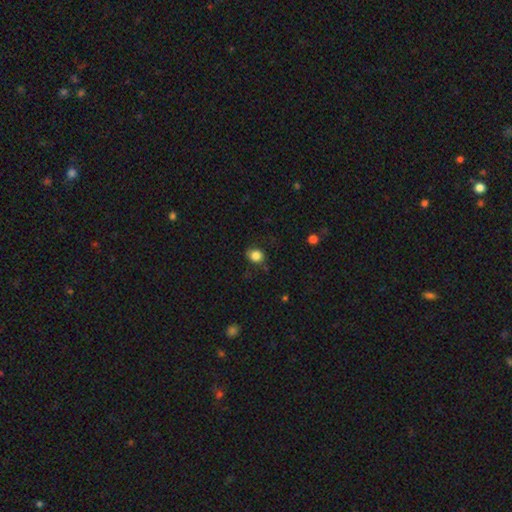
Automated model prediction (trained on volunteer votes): Smooth or featured?
  - smooth: 84% *
  - star or artifact: 10%
  - featured or disk: 6%
How rounded?
  - round: 71% *
  - in between: 28%
  - cigar-shaped: 1%
Merging?
  - none: 78% *
  - minor disturbance: 17%
  - major disturbance: 4%
  - merger: 2%